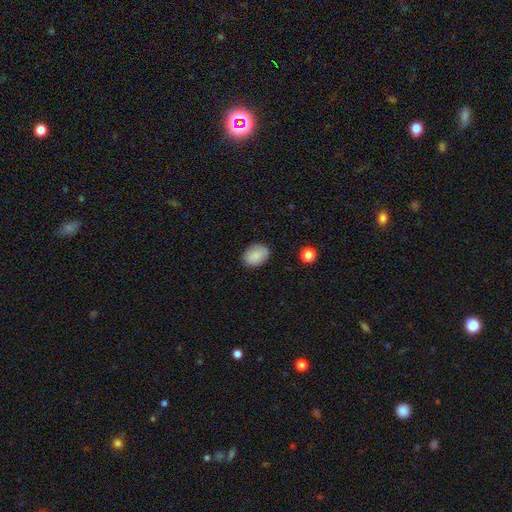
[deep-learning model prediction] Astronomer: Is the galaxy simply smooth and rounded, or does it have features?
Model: smooth — 87%.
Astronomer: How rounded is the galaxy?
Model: in between — 80%.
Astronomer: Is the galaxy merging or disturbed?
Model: none — 86%.